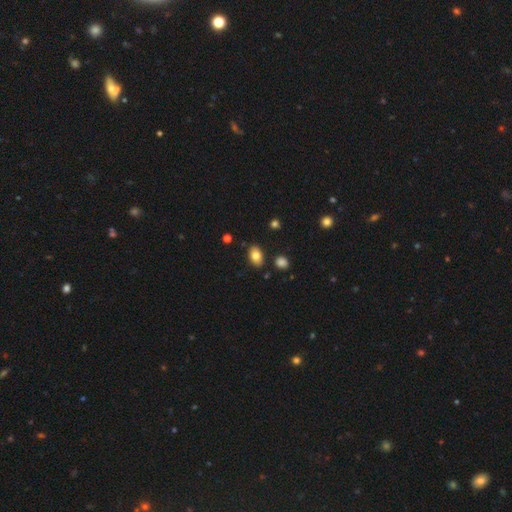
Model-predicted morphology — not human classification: The model was most divided on "smooth or featured": smooth: 82%, featured or disk: 10%, star or artifact: 8%. More confident: how rounded — in between (87%); merging — none (85%).